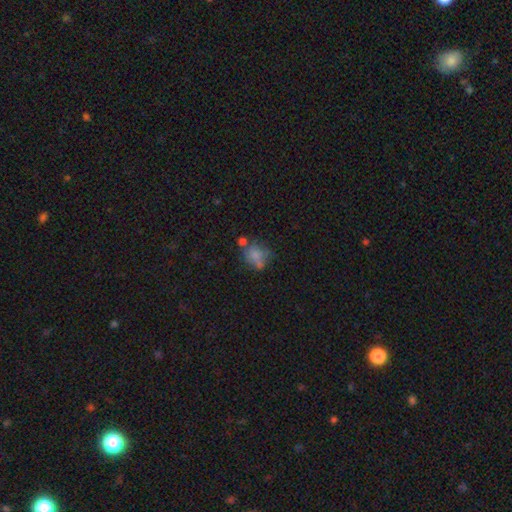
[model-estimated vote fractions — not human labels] Overall: smooth (63%; featured or disk 24%). How rounded: in between (51%; round 48%). Merging: none (37%; merger 24%).